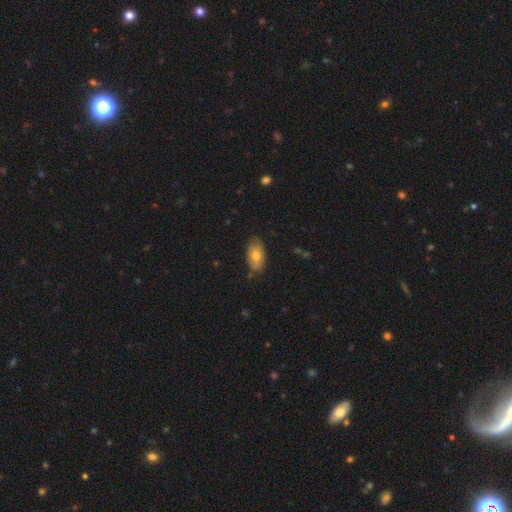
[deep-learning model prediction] A smooth galaxy with no disk features (74%) that is in between round and cigar-shaped (92%).

Vote fractions:
- Smooth or featured? smooth: 74% / featured or disk: 19% / star or artifact: 8%
- How rounded? in between: 92% / round: 5% / cigar-shaped: 3%
- Merging? none: 75% / minor disturbance: 20% / major disturbance: 3% / merger: 1%